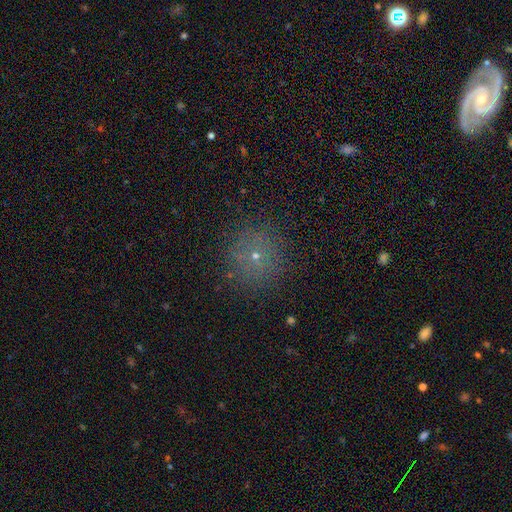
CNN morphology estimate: Smooth or featured? smooth (58%)
How rounded? round (92%)
Merging? none (84%)